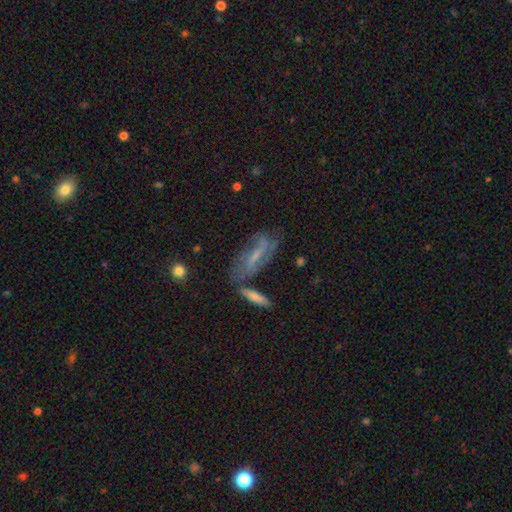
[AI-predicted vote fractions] The model was most divided on "smooth or featured": featured or disk: 61%, smooth: 29%, star or artifact: 10%. More confident: edge-on disk — no (75%); merging — none (56%).